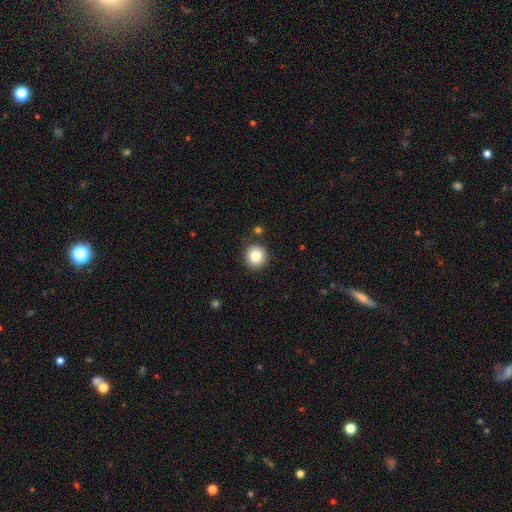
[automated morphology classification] The model was most divided on "smooth or featured": smooth: 84%, star or artifact: 10%, featured or disk: 6%. More confident: how rounded — round (93%); merging — none (88%).